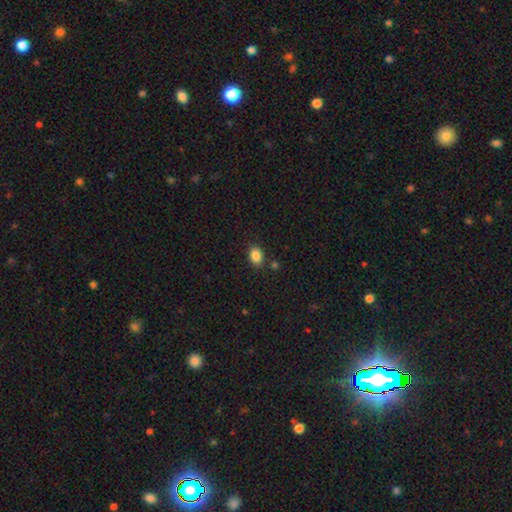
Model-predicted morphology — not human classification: A smooth galaxy with no disk features (86%) that is in between round and cigar-shaped (73%). Merging: none (82%).